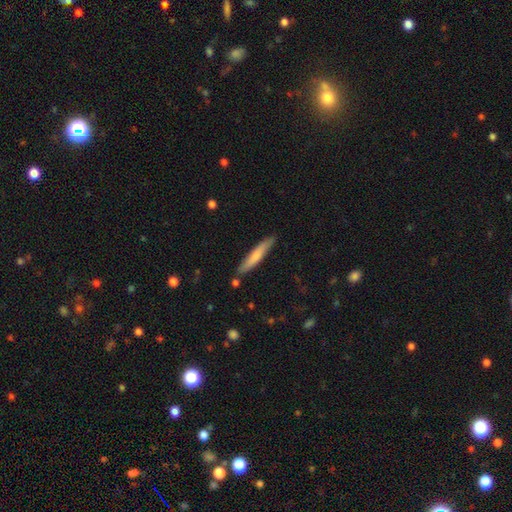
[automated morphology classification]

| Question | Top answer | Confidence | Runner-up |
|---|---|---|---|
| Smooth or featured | smooth | 65% | featured or disk (29%) |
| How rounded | cigar-shaped | 92% | in between (7%) |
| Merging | none | 85% | minor disturbance (11%) |